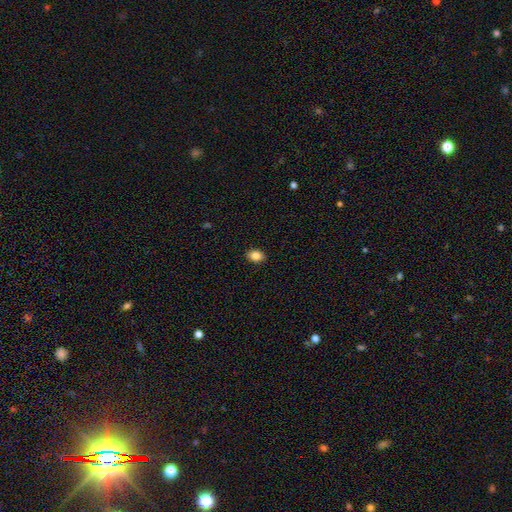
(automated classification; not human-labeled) A smooth galaxy with no disk features (85%) that is in between round and cigar-shaped (75%).

Vote fractions:
- Smooth or featured? smooth: 85% / star or artifact: 9% / featured or disk: 6%
- How rounded? in between: 75% / round: 24% / cigar-shaped: 1%
- Merging? none: 89% / minor disturbance: 8% / major disturbance: 2% / merger: 1%